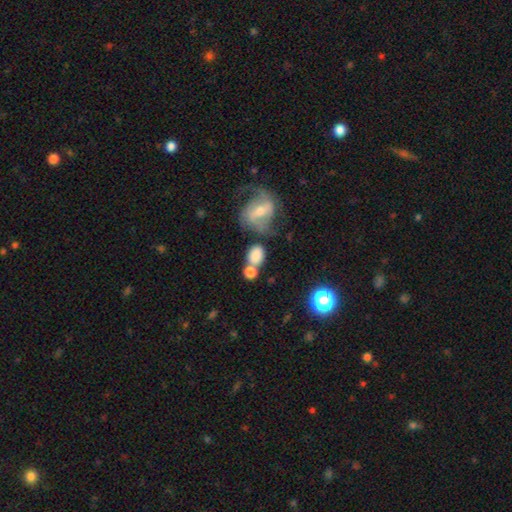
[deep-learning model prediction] The model was most divided on "merging": none: 41%, merger: 38%, minor disturbance: 13%, major disturbance: 7%. More confident: smooth or featured — smooth (76%); how rounded — in between (52%).